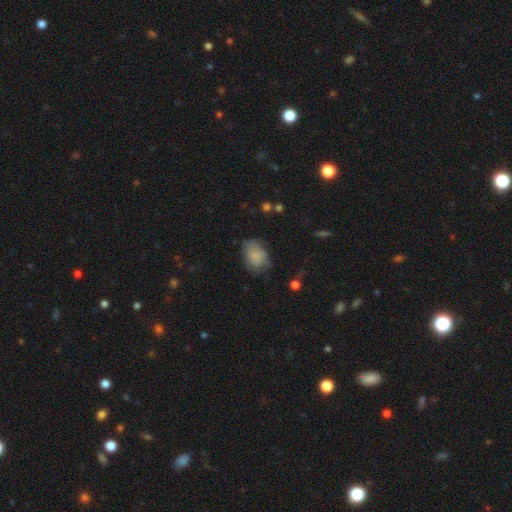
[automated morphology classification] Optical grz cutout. It shows a smooth galaxy with no disk features (77%) that is in between round and cigar-shaped (74%). Merging: none (56%).